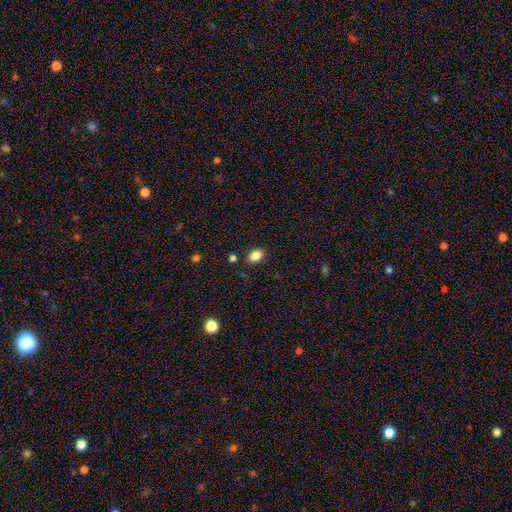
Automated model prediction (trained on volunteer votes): Q: Smooth or featured?
A: smooth (85%); runner-up: star or artifact (10%)
Q: How rounded?
A: in between (75%); runner-up: round (24%)
Q: Merging?
A: none (86%); runner-up: minor disturbance (9%)